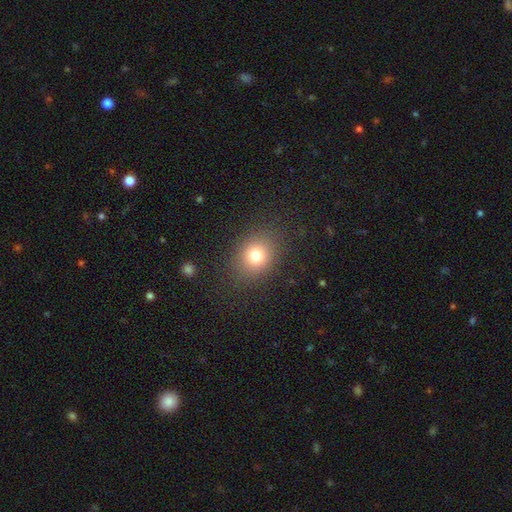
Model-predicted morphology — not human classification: smooth 76%, star or artifact 14%, featured or disk 10%. Down the decision tree: how rounded — round (60%); merging — none (85%).